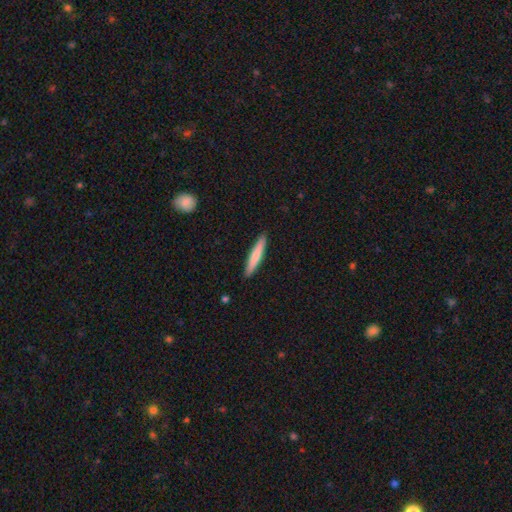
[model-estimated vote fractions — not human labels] Smooth or featured?
  - smooth: 72% *
  - featured or disk: 23%
  - star or artifact: 5%
How rounded?
  - cigar-shaped: 93% *
  - in between: 6%
  - round: 1%
Merging?
  - none: 91% *
  - minor disturbance: 7%
  - major disturbance: 1%
  - merger: 1%